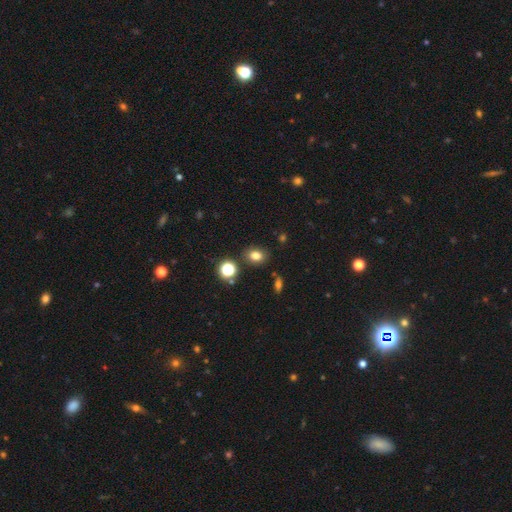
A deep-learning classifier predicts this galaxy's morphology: A smooth galaxy with no disk features (78%) that is in between round and cigar-shaped (55%). Merging: none (82%).